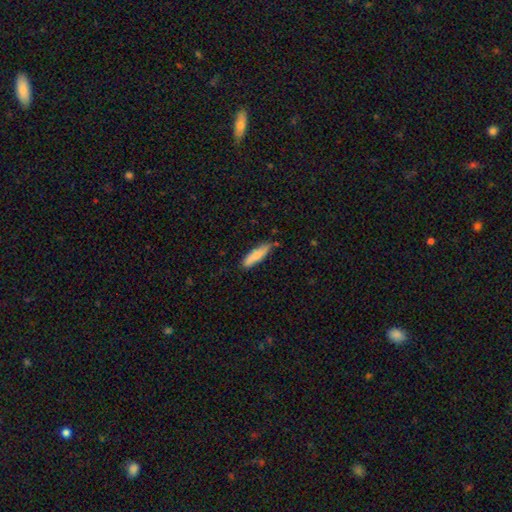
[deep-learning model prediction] smooth 80%, featured or disk 14%, star or artifact 6%. Down the decision tree: how rounded — cigar-shaped (67%); merging — none (75%).